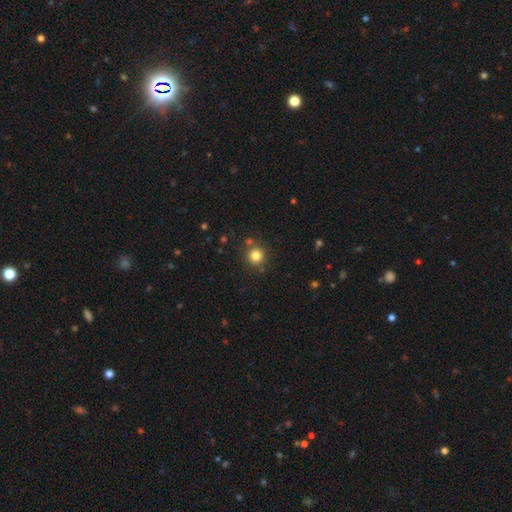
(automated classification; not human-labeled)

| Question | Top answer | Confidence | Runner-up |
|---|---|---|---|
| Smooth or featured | smooth | 81% | star or artifact (13%) |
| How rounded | round | 94% | in between (5%) |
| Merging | none | 82% | minor disturbance (8%) |